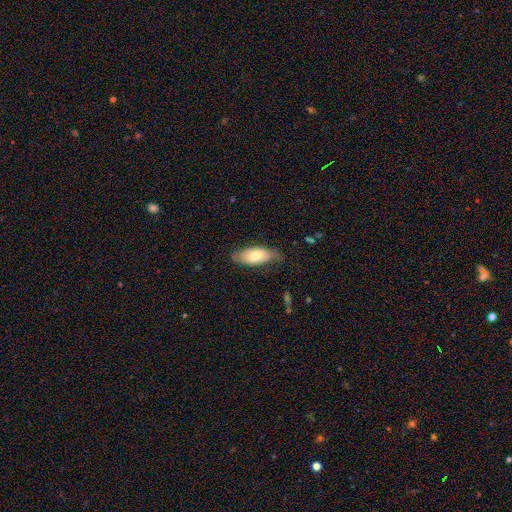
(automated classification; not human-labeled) smooth_or_featured: smooth (p=0.68) [alt: featured or disk p=0.26]
how_rounded: in between (p=0.88) [alt: cigar-shaped p=0.10]
merging: none (p=0.58) [alt: minor disturbance p=0.31]